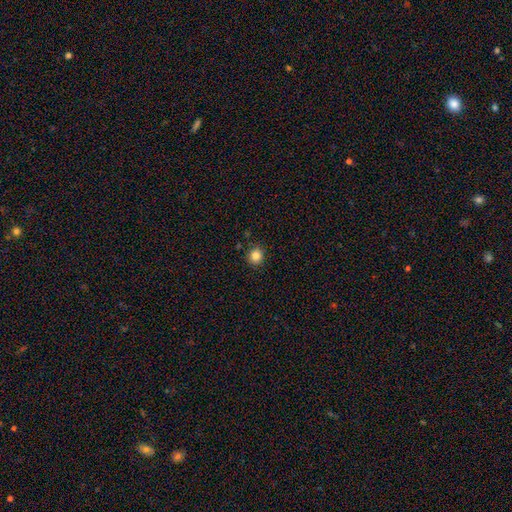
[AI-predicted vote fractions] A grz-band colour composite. It shows a smooth galaxy with no disk features (84%) that is round (85%). Merging: none (90%).